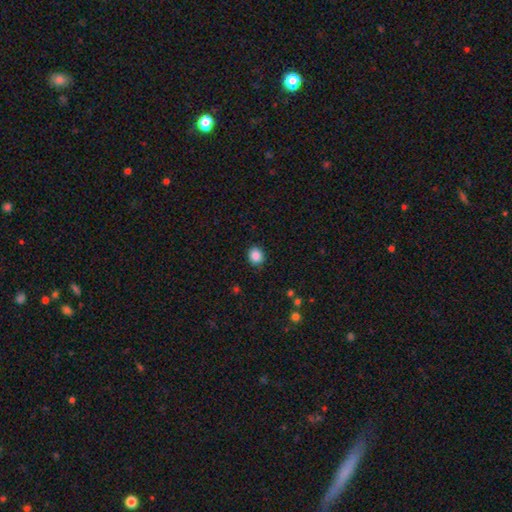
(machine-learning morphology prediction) Smooth or featured: smooth — 88% (star or artifact — 9%)
How rounded: round — 73% (in between — 26%)
Merging: none — 89% (minor disturbance — 8%)